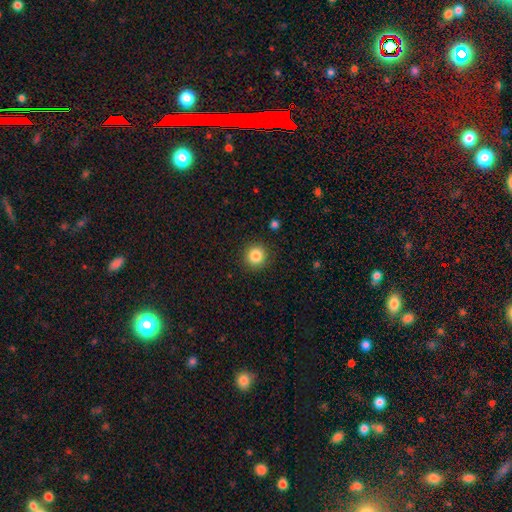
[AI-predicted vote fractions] Q: Smooth or featured?
A: smooth (85%); runner-up: star or artifact (11%)
Q: How rounded?
A: round (93%); runner-up: in between (6%)
Q: Merging?
A: none (91%); runner-up: minor disturbance (6%)